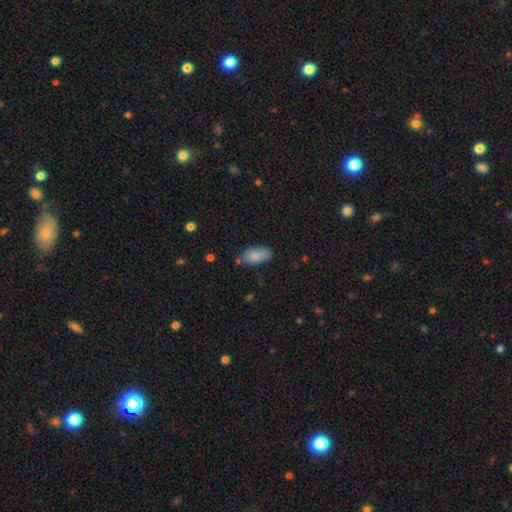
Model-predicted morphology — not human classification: Smooth or featured? Predicted: smooth (p=0.85). How rounded? Predicted: in between (p=0.94). Merging? Predicted: none (p=0.64).